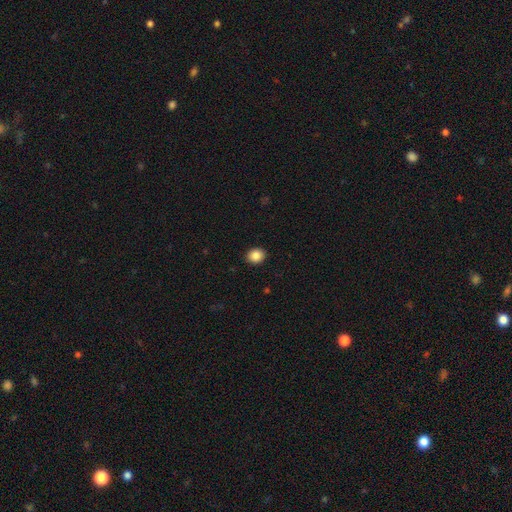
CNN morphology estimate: smooth_or_featured: smooth (p=0.87) [alt: star or artifact p=0.09]
how_rounded: round (p=0.61) [alt: in between p=0.38]
merging: none (p=0.92) [alt: minor disturbance p=0.06]